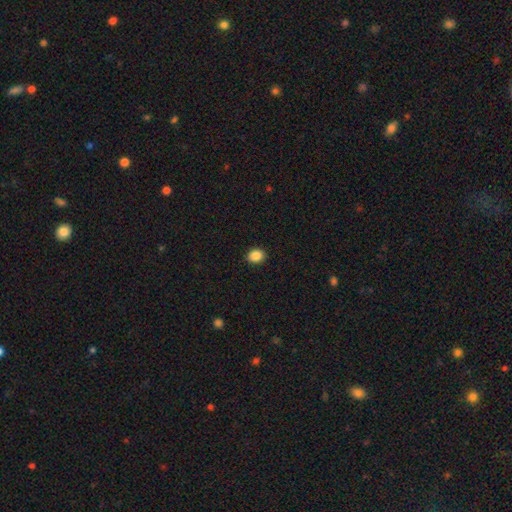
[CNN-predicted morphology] smooth-or-featured: smooth: 87% | star or artifact: 9% | featured or disk: 3%
  how-rounded: round: 59% | in between: 41% | cigar-shaped: 1%
  merging: none: 92% | minor disturbance: 6% | major disturbance: 2% | merger: 1%